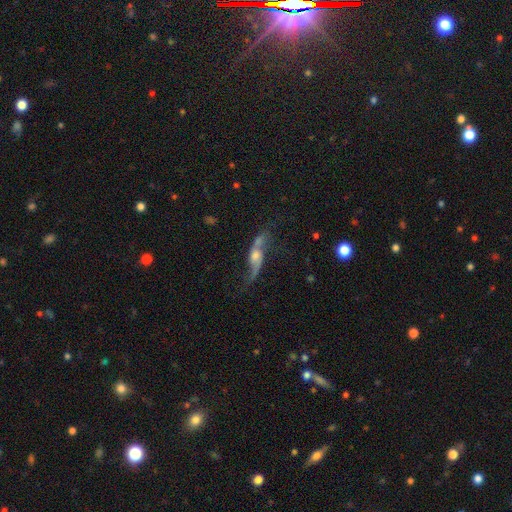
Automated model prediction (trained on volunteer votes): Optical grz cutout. It shows a featured or disk galaxy (78%) with no bar (60%), 2 (88%) loose (88%) spiral arms (90%) and a moderate central bulge (47%). Merging: none (52%).